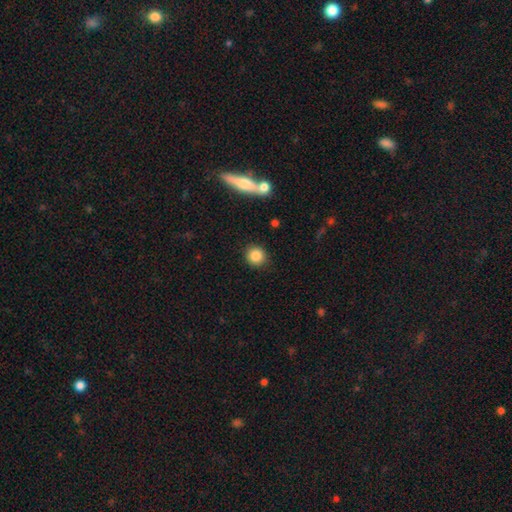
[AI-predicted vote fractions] This is clearly a smooth galaxy (86%). How rounded: clearly round (91%). Merging: clearly none (88%).